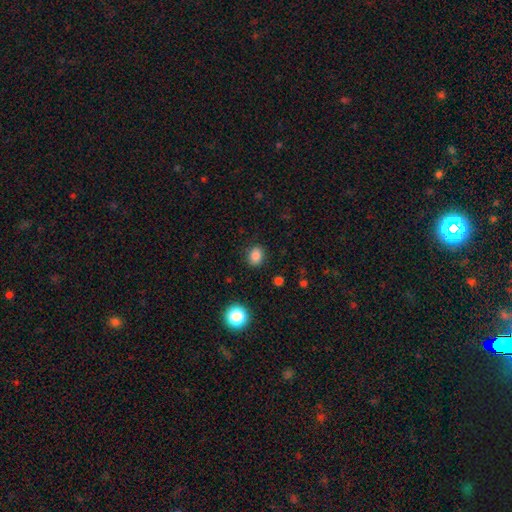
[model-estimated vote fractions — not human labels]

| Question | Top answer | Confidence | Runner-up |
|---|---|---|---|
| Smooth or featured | smooth | 84% | star or artifact (12%) |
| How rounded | in between | 52% | round (47%) |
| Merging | none | 86% | minor disturbance (9%) |